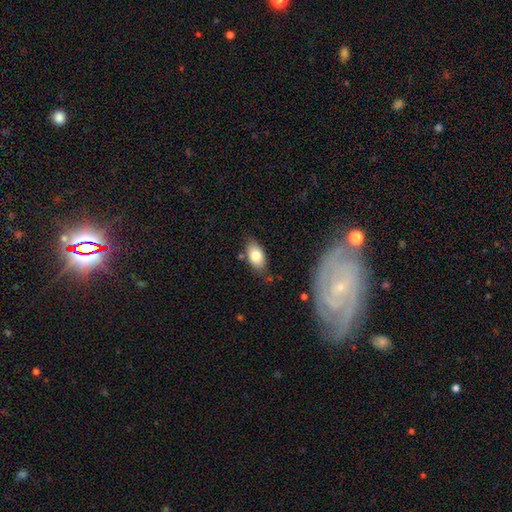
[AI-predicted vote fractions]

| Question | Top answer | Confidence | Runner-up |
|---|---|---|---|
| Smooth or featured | smooth | 81% | featured or disk (12%) |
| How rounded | in between | 92% | round (5%) |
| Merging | none | 77% | minor disturbance (16%) |